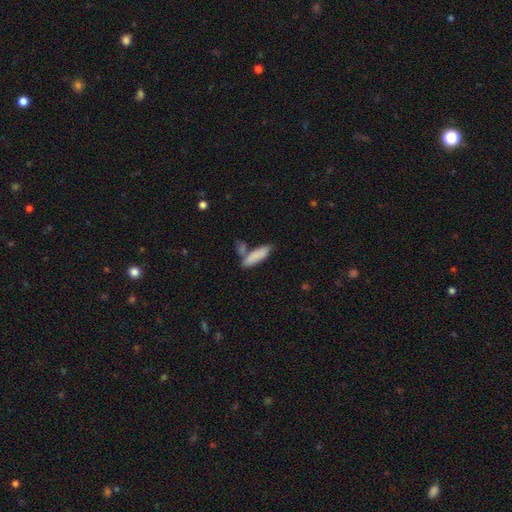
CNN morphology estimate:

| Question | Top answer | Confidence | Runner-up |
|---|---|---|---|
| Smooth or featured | smooth | 84% | featured or disk (10%) |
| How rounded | cigar-shaped | 54% | in between (44%) |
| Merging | none | 60% | merger (21%) |